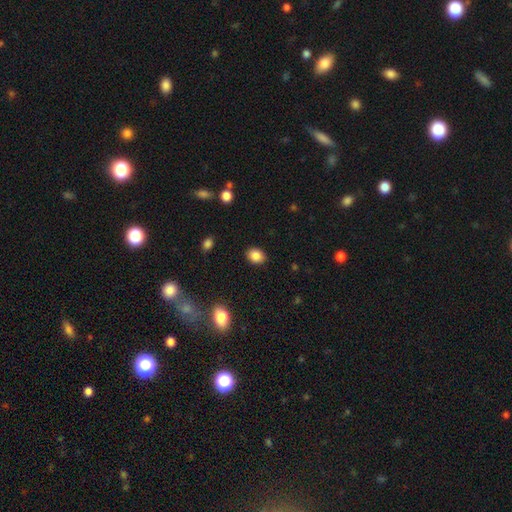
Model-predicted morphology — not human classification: Overall: smooth (86%). How rounded: in between (58%; round 41%). Merging: none (88%).